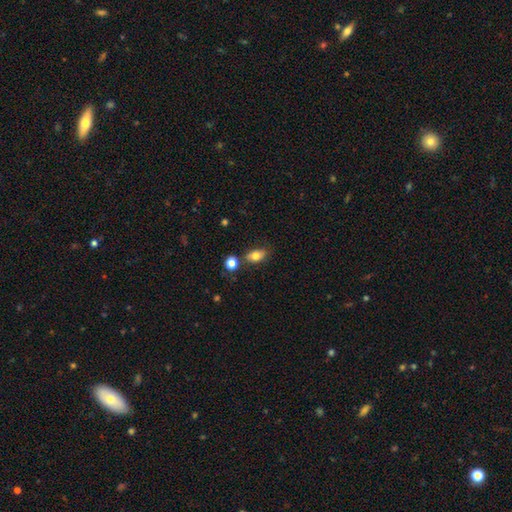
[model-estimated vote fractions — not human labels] Morphology: type=smooth (77%); roundness=in between (83%); merging=none (70%).